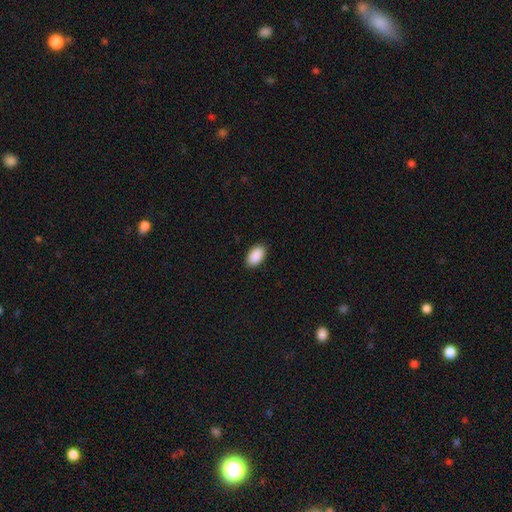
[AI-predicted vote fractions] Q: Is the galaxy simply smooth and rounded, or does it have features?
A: smooth — 91%.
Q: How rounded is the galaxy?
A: in between — 94%.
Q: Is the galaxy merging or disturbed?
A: none — 89%.